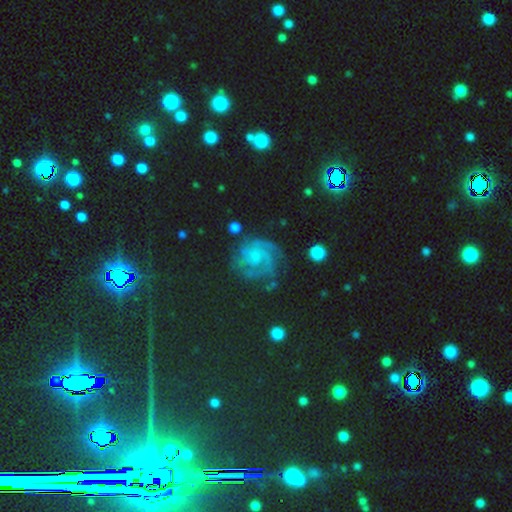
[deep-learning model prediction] Smooth or featured? Predicted: featured or disk (p=0.65). Edge-on disk? Predicted: no (p=0.98). Bar? Predicted: no (p=0.67). Spiral arms? Predicted: yes (p=0.92). Spiral winding? Predicted: tight (p=0.54). Spiral arm count? Predicted: can't tell (p=0.29). Bulge size? Predicted: small (p=0.57). Merging? Predicted: none (p=0.67).